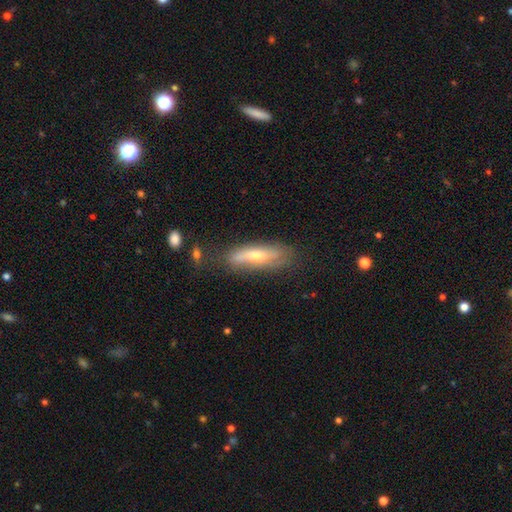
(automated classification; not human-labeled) Smooth or featured? smooth (47%)
Merging? none (69%)